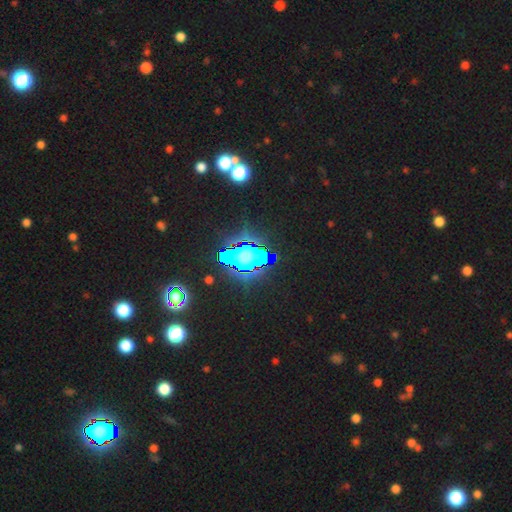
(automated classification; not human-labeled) smooth-or-featured: star or artifact: 84% | smooth: 9% | featured or disk: 7%